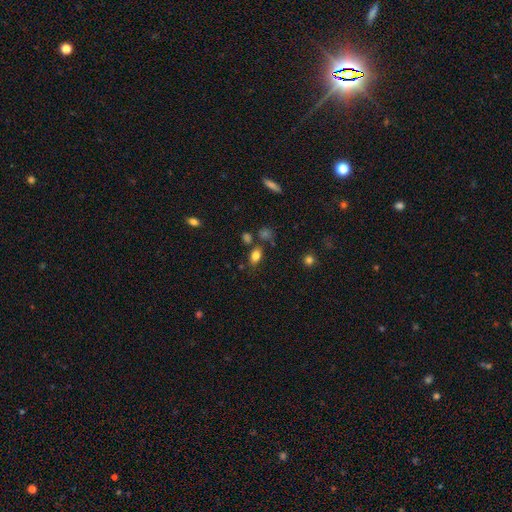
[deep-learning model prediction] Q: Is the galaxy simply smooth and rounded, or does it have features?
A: smooth — 80%.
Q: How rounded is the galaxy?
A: in between — 83%.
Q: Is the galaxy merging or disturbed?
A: none — 72%.